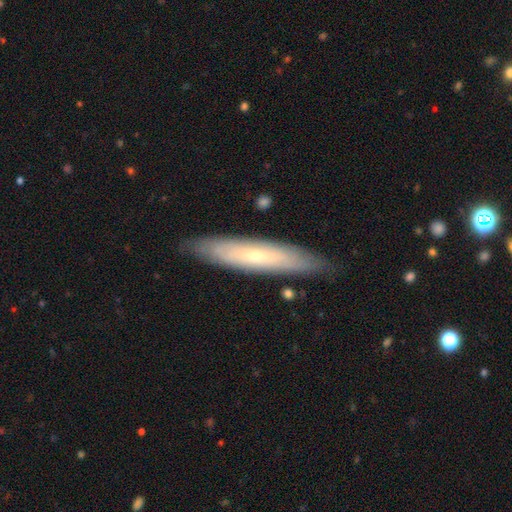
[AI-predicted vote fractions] Smooth or featured: featured or disk — 51% (smooth — 42%)
Edge-on disk: yes — 61% (no — 39%)
Merging: none — 86% (minor disturbance — 11%)